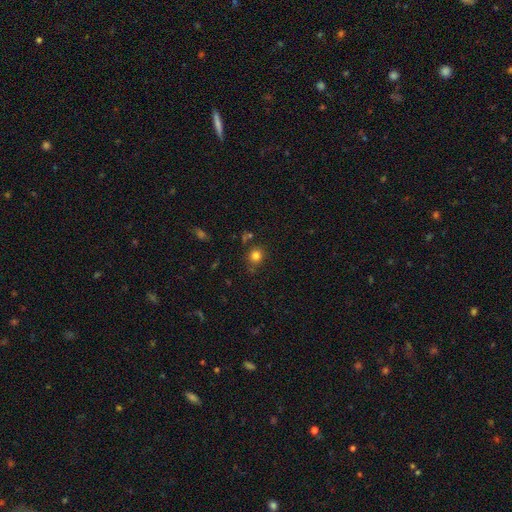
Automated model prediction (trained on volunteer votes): smooth-or-featured: smooth: 81% | star or artifact: 14% | featured or disk: 6%
  how-rounded: round: 83% | in between: 16% | cigar-shaped: 1%
  merging: none: 78% | minor disturbance: 12% | merger: 6% | major disturbance: 4%